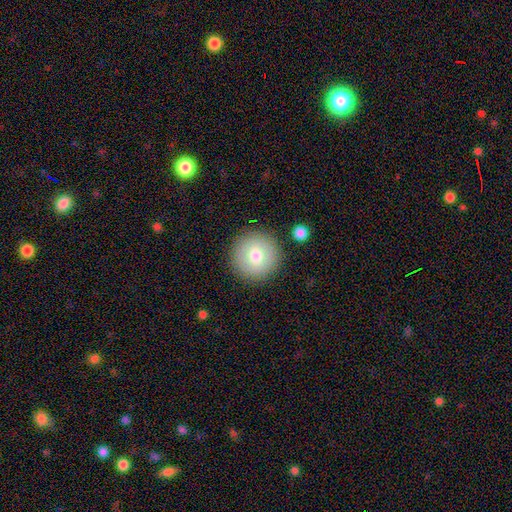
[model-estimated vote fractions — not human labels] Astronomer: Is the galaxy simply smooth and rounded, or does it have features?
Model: smooth — 74%.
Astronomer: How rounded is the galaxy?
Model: round — 95%.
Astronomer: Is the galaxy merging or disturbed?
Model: none — 89%.